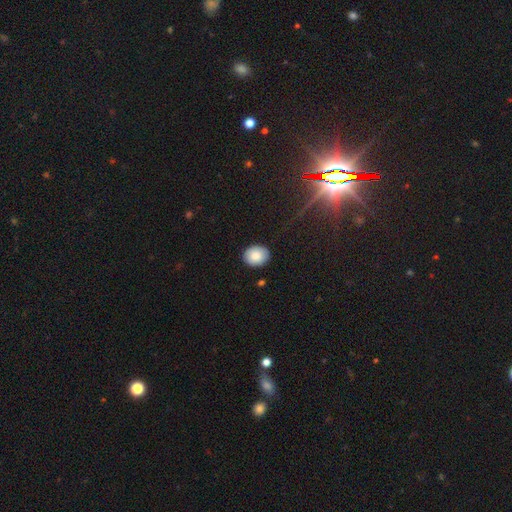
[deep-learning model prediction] Smooth or featured? smooth (84%)
How rounded? round (59%)
Merging? none (87%)